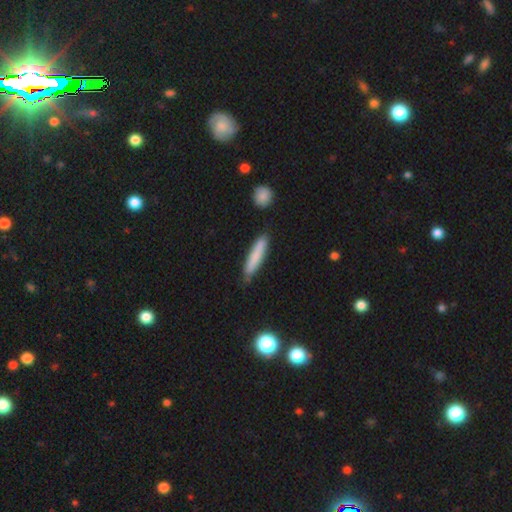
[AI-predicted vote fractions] Overall: smooth (78%). How rounded: cigar-shaped (90%). Merging: none (83%).